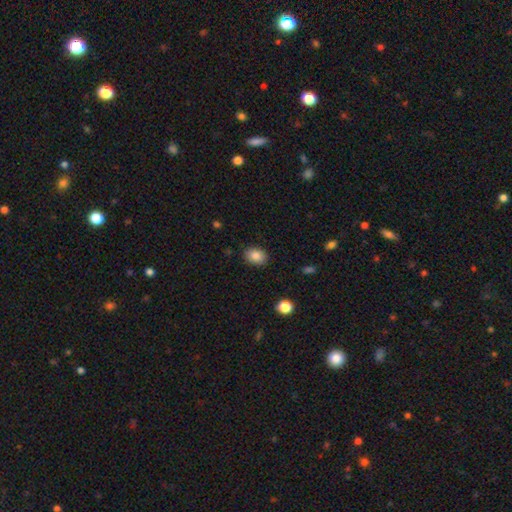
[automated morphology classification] Smooth or featured?
  - smooth: 86% *
  - star or artifact: 9%
  - featured or disk: 6%
How rounded?
  - in between: 69% *
  - round: 30%
  - cigar-shaped: 1%
Merging?
  - none: 86% *
  - minor disturbance: 10%
  - major disturbance: 3%
  - merger: 1%